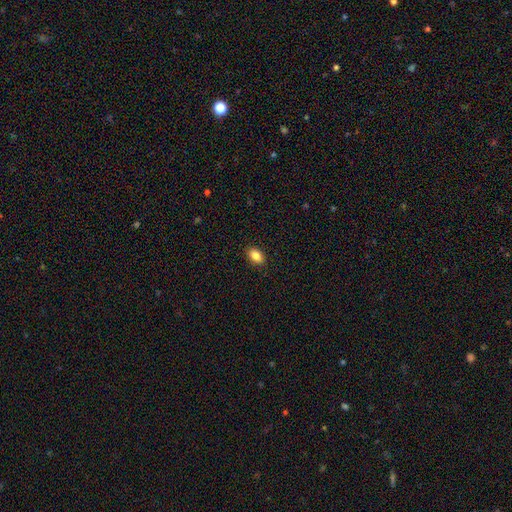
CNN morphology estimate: A smooth galaxy with no disk features (85%) that is in between round and cigar-shaped (88%).

Vote fractions:
- Smooth or featured? smooth: 85% / star or artifact: 8% / featured or disk: 7%
- How rounded? in between: 88% / round: 10% / cigar-shaped: 2%
- Merging? none: 90% / minor disturbance: 7% / major disturbance: 2% / merger: 1%